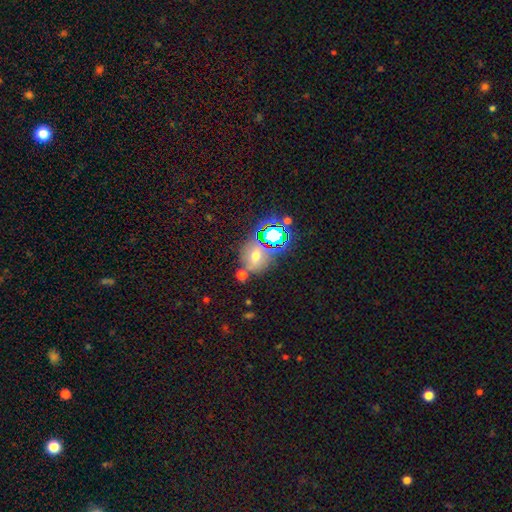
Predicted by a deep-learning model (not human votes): Smooth or featured: smooth — 52% (star or artifact — 33%)
How rounded: round — 55% (in between — 43%)
Merging: none — 63% (merger — 18%)